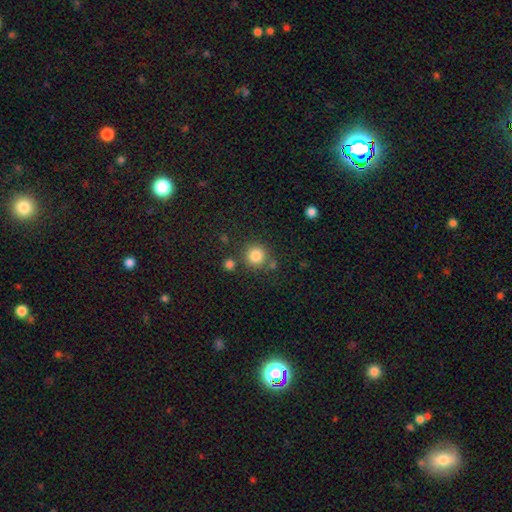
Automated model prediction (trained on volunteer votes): Smooth or featured?
  - smooth: 84% *
  - star or artifact: 11%
  - featured or disk: 5%
How rounded?
  - round: 93% *
  - in between: 6%
  - cigar-shaped: 1%
Merging?
  - none: 77% *
  - merger: 10%
  - minor disturbance: 9%
  - major disturbance: 4%